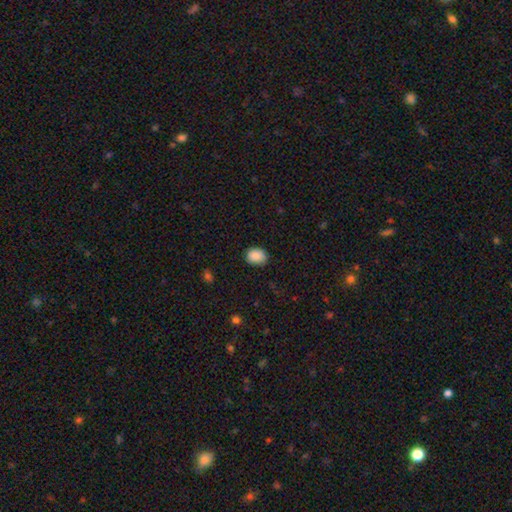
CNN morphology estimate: Overall: smooth (89%). How rounded: in between (54%; round 45%). Merging: none (83%).